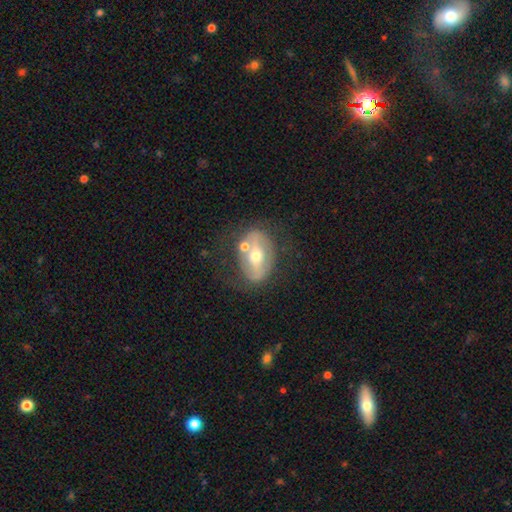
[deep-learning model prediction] smooth_or_featured: featured or disk (p=0.68) [alt: smooth p=0.25]
disk_edge_on: no (p=0.90) [alt: yes p=0.10]
bar: strong (p=0.47) [alt: weak p=0.27]
has_spiral_arms: no (p=0.63) [alt: yes p=0.37]
bulge_size: moderate (p=0.69) [alt: small p=0.25]
merging: none (p=0.62) [alt: minor disturbance p=0.18]